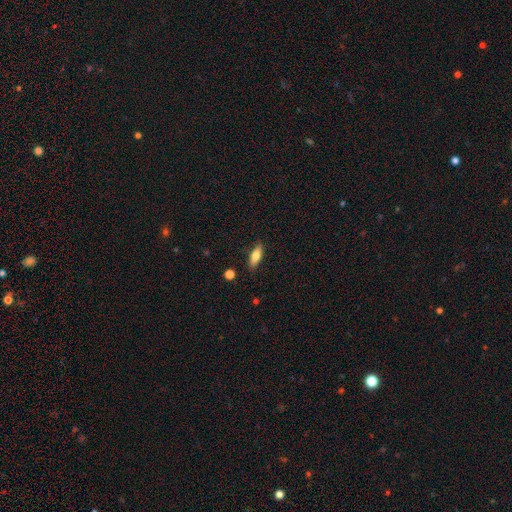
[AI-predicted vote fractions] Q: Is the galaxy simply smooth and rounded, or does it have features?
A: smooth — 72%.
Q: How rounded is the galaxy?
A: in between — 63%.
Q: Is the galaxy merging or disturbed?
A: none — 86%.